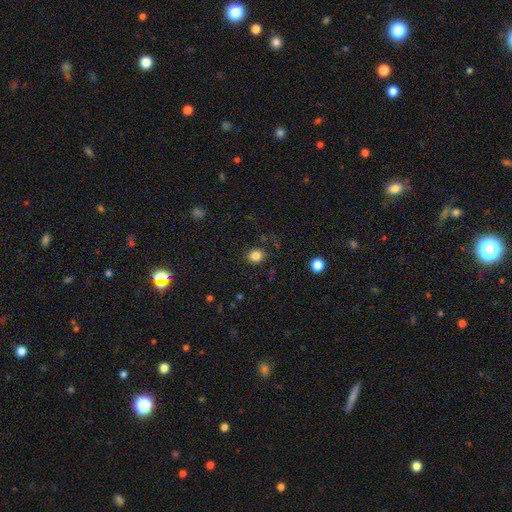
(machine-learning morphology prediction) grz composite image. It shows a smooth galaxy with no disk features (83%) that is round (66%). Merging: none (84%).